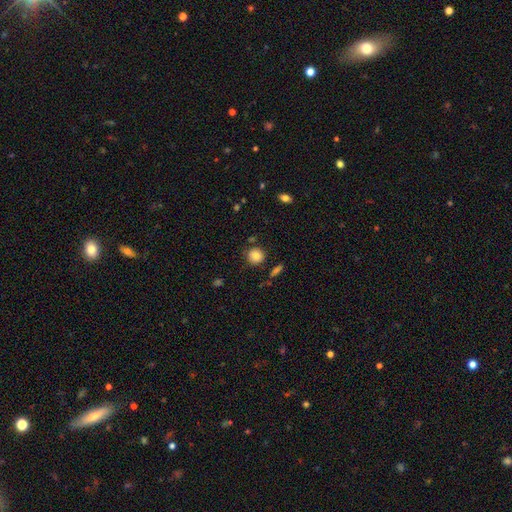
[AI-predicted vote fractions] Smooth or featured: smooth — 83% (star or artifact — 10%)
How rounded: round — 90% (in between — 9%)
Merging: none — 84% (minor disturbance — 10%)